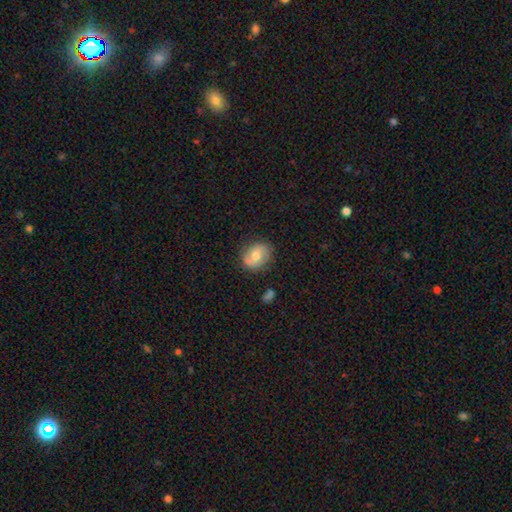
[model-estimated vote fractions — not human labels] Morphology: type=smooth (61%); roundness=round (55%); merging=none (75%).